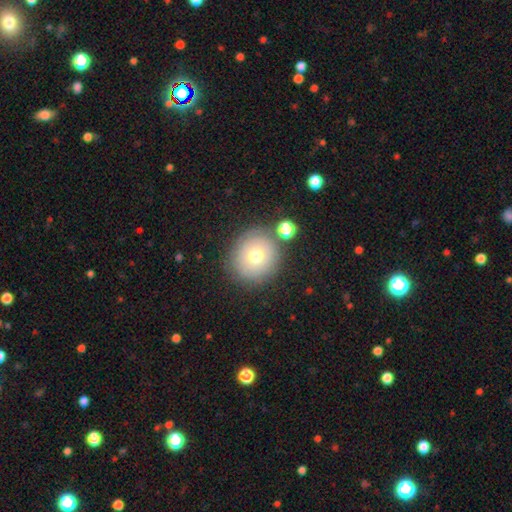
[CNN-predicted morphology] This appears to be a smooth galaxy with no disk features (62%) that is round (88%). Merging: none (78%).